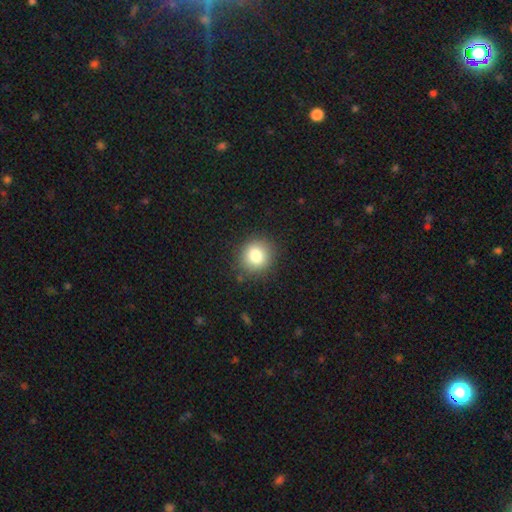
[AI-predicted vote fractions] Q: Smooth or featured?
A: smooth (82%); runner-up: star or artifact (10%)
Q: How rounded?
A: round (86%); runner-up: in between (14%)
Q: Merging?
A: none (88%); runner-up: minor disturbance (8%)